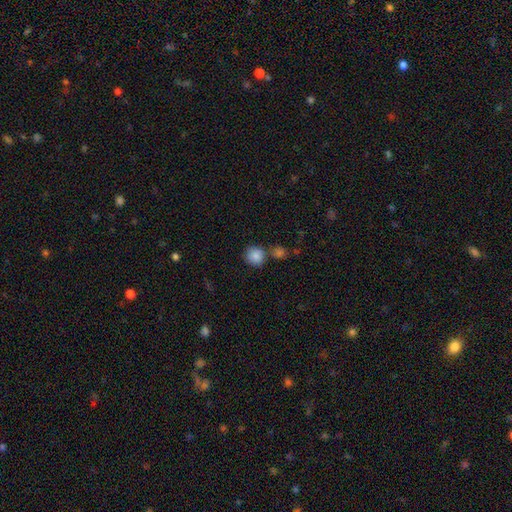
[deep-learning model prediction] Smooth or featured?
  - smooth: 86% *
  - star or artifact: 9%
  - featured or disk: 5%
How rounded?
  - round: 89% *
  - in between: 11%
  - cigar-shaped: 1%
Merging?
  - none: 67% *
  - merger: 20%
  - minor disturbance: 10%
  - major disturbance: 3%